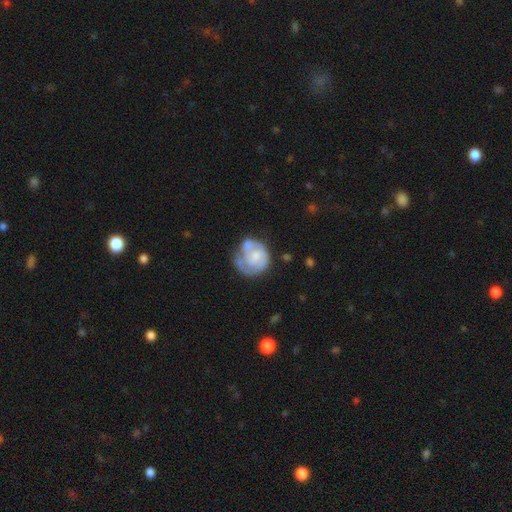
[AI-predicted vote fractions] Smooth or featured? featured or disk (65%)
Edge-on disk? no (98%)
Bar? no (69%)
Spiral arms? yes (75%)
Bulge size? small (42%)
Merging? none (45%)